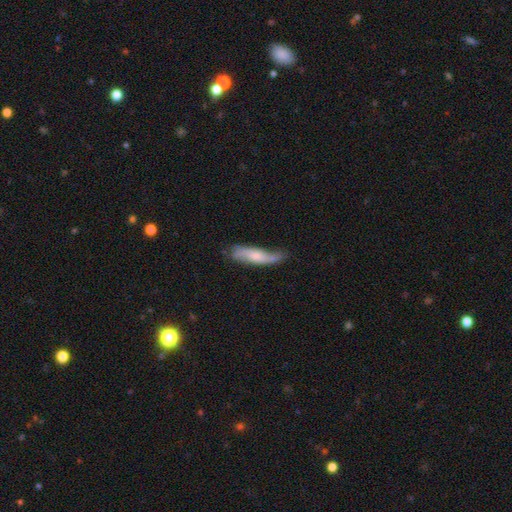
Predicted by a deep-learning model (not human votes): Smooth or featured? Predicted: smooth (p=0.47). Merging? Predicted: none (p=0.58).